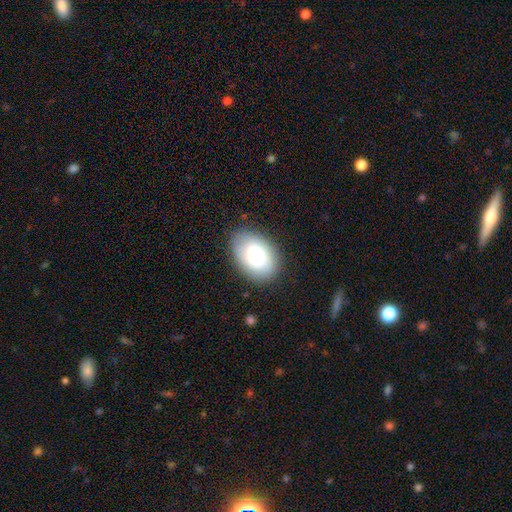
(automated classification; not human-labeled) Smooth or featured? Predicted: smooth (p=0.70). How rounded? Predicted: in between (p=0.85). Merging? Predicted: none (p=0.82).